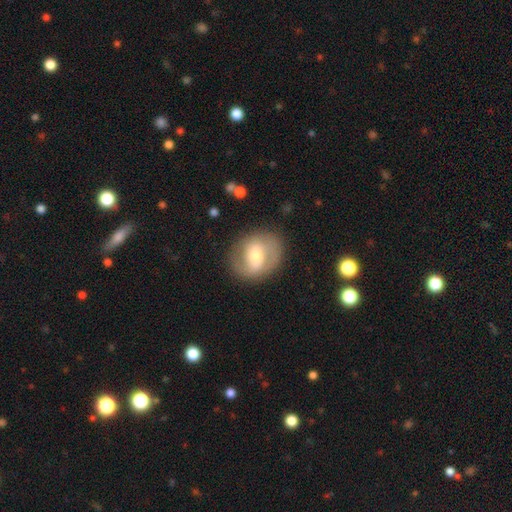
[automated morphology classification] A featured or disk galaxy (60%) with a weak bar (44%), spiral arms (71%) and a moderate central bulge (58%).

Vote fractions:
- Smooth or featured? featured or disk: 60% / smooth: 33% / star or artifact: 7%
- Edge-on disk? no: 96% / yes: 4%
- Bar? weak: 44% / strong: 28% / no: 28%
- Spiral arms? yes: 71% / no: 29%
- Bulge size? moderate: 58% / small: 28% / large: 10% / none: 2% / dominant: 2%
- Merging? none: 80% / minor disturbance: 13% / major disturbance: 6% / merger: 1%